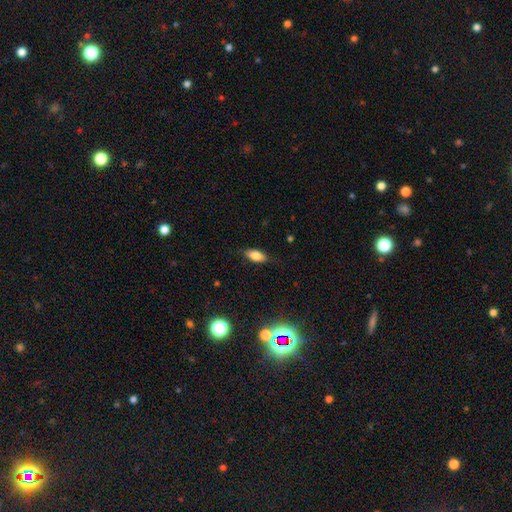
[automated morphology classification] smooth 79%, featured or disk 12%, star or artifact 9%. Down the decision tree: how rounded — in between (84%); merging — none (83%).